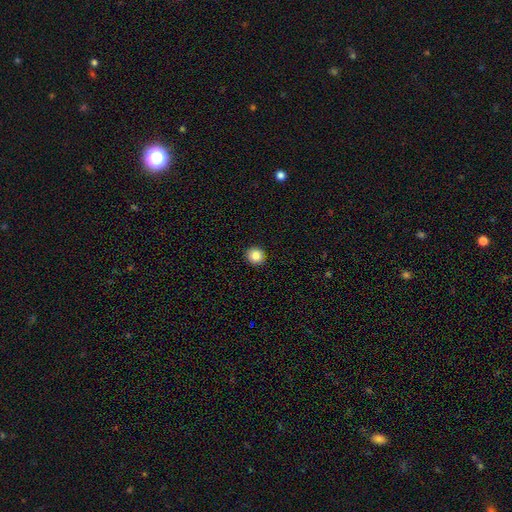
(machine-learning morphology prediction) Smooth or featured? smooth (85%)
How rounded? round (92%)
Merging? none (93%)